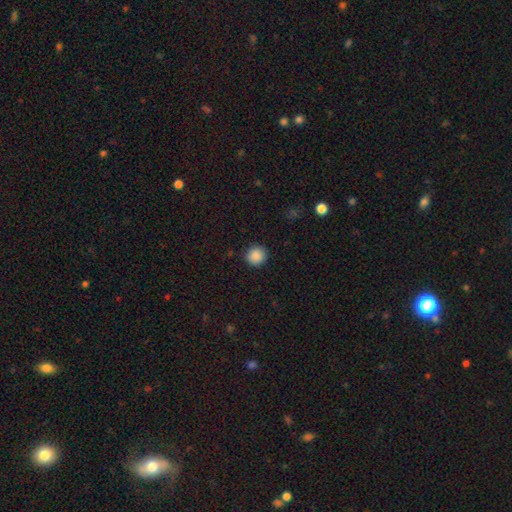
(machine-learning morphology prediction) Smooth or featured? Predicted: smooth (p=0.88). How rounded? Predicted: round (p=0.94). Merging? Predicted: none (p=0.90).